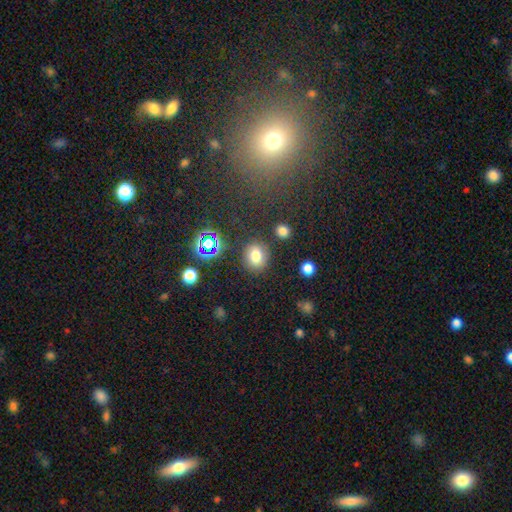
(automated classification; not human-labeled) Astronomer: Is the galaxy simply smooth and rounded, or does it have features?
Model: smooth — 75%.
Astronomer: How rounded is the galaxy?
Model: round — 63%.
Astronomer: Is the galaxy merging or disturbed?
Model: none — 81%.